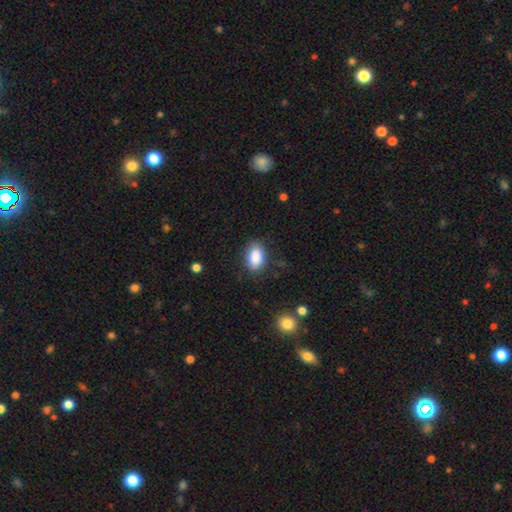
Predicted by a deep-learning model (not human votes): Q: Smooth or featured?
A: smooth (88%); runner-up: star or artifact (7%)
Q: How rounded?
A: in between (89%); runner-up: round (9%)
Q: Merging?
A: none (79%); runner-up: minor disturbance (15%)